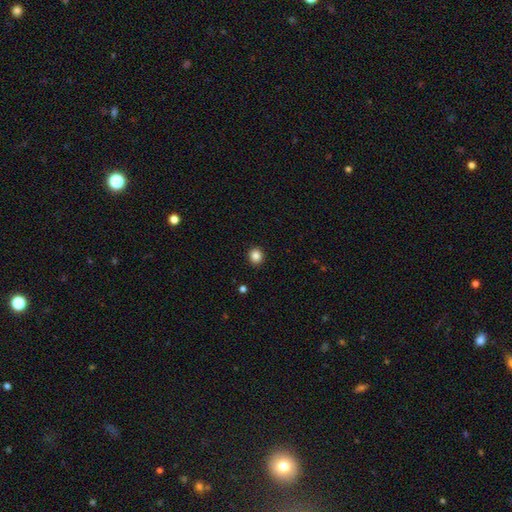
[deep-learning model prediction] Smooth or featured: smooth — 86% (star or artifact — 10%)
How rounded: round — 83% (in between — 16%)
Merging: none — 92% (minor disturbance — 5%)